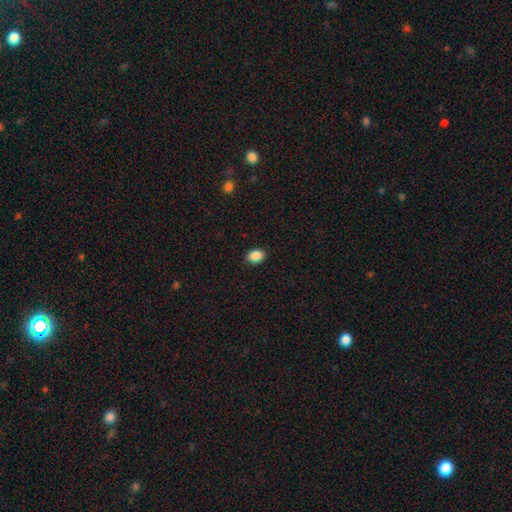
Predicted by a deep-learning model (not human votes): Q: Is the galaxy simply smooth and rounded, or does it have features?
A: smooth — 88%.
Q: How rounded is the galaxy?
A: in between — 74%.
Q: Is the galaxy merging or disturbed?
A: none — 88%.